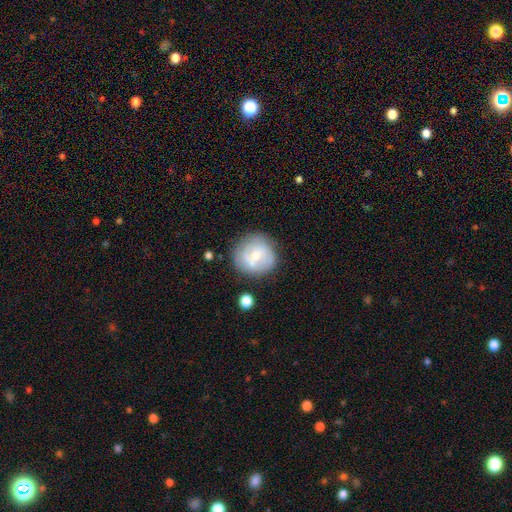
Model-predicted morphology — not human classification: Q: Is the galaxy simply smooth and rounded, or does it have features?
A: featured or disk — 54%.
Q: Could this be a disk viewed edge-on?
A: no — 97%.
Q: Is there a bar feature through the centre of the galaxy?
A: no — 62%.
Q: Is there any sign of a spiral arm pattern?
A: yes — 68%.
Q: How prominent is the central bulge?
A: moderate — 48%.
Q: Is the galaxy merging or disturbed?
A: none — 71%.